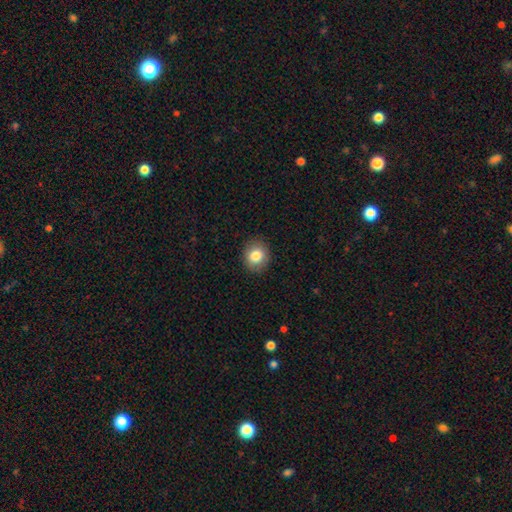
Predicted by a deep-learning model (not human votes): Q: Smooth or featured?
A: smooth (83%); runner-up: star or artifact (9%)
Q: How rounded?
A: round (75%); runner-up: in between (24%)
Q: Merging?
A: none (89%); runner-up: minor disturbance (8%)